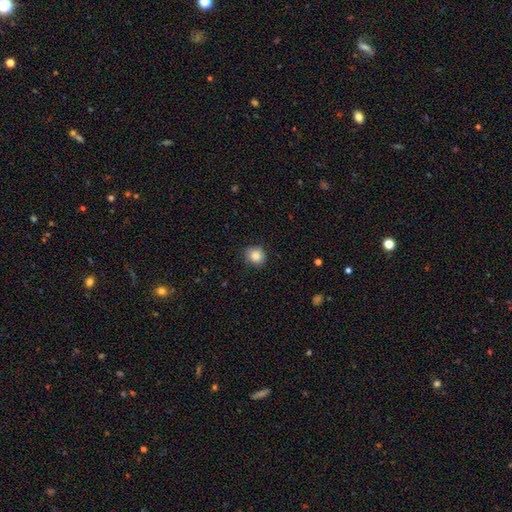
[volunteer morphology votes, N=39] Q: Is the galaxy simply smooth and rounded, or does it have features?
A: smooth — 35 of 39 (90%).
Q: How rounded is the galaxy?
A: round — 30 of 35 (86%).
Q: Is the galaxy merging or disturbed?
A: none — 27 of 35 (77%).